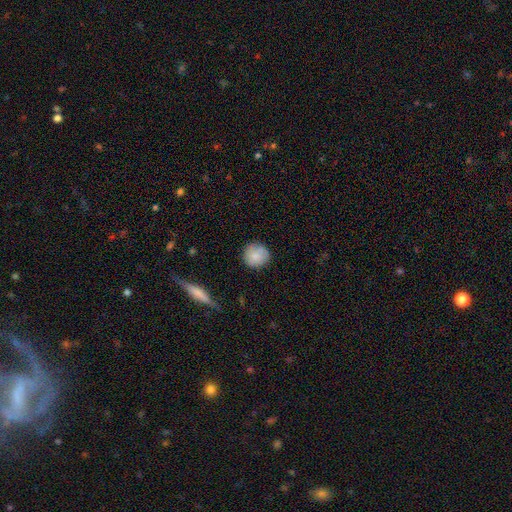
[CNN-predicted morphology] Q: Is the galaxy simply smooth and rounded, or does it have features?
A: smooth — 82%.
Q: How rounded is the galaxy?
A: round — 92%.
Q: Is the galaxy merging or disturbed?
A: none — 81%.